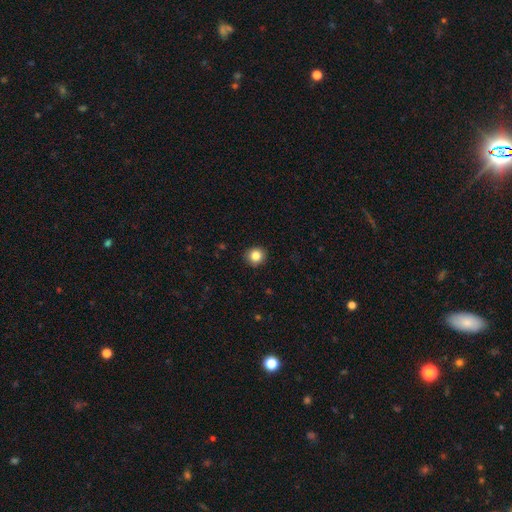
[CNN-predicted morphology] The model was most divided on "smooth or featured": smooth: 84%, star or artifact: 10%, featured or disk: 5%. More confident: merging — none (91%); how rounded — round (90%).